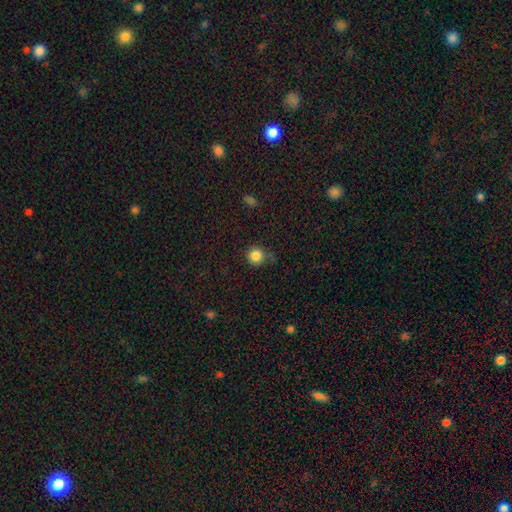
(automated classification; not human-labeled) Q: Smooth or featured?
A: smooth (84%); runner-up: star or artifact (11%)
Q: How rounded?
A: round (93%); runner-up: in between (6%)
Q: Merging?
A: none (75%); runner-up: minor disturbance (17%)